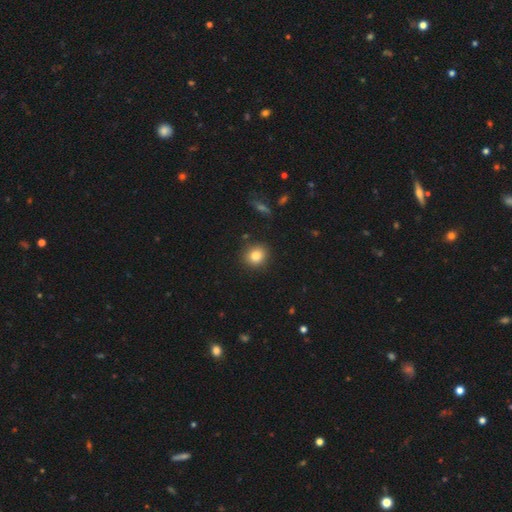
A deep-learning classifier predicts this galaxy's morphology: A smooth galaxy with no disk features (83%) that is round (83%).

Vote fractions:
- Smooth or featured? smooth: 83% / star or artifact: 11% / featured or disk: 6%
- How rounded? round: 83% / in between: 16% / cigar-shaped: 1%
- Merging? none: 88% / minor disturbance: 8% / major disturbance: 2% / merger: 2%